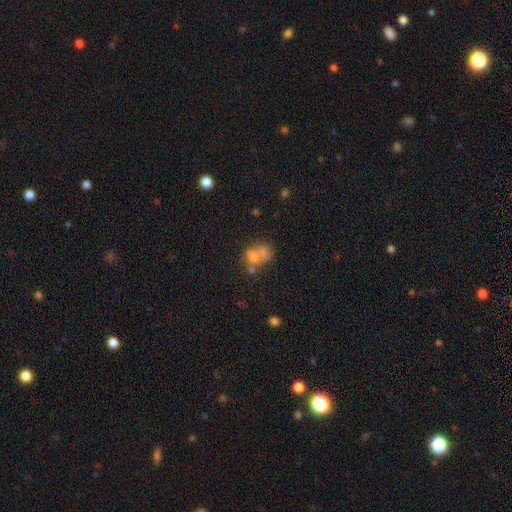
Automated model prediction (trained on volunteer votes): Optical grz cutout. It shows a smooth galaxy with no disk features (63%) that is round (53%). Merging: merger (53%).